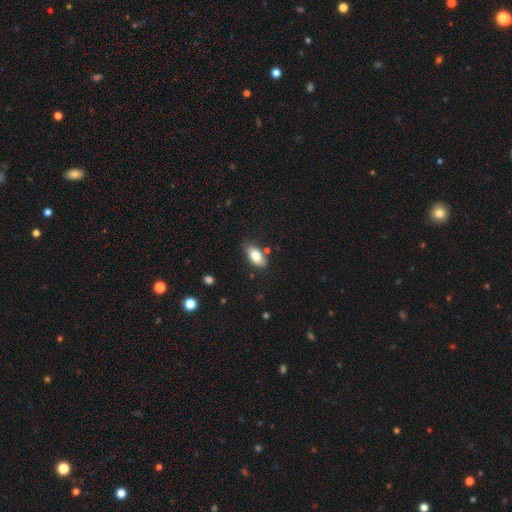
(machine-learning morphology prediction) This is likely a smooth galaxy (78%). How rounded: clearly in between (92%). Merging: likely none (76%).